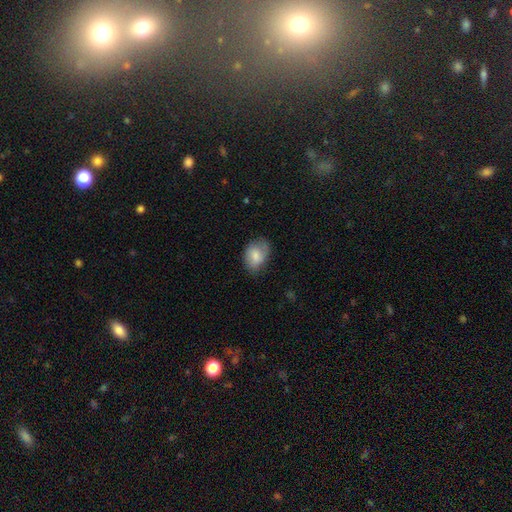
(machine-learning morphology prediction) Smooth or featured?
  - smooth: 76% *
  - featured or disk: 17%
  - star or artifact: 7%
How rounded?
  - in between: 77% *
  - round: 22%
  - cigar-shaped: 1%
Merging?
  - none: 64% *
  - minor disturbance: 27%
  - major disturbance: 8%
  - merger: 1%